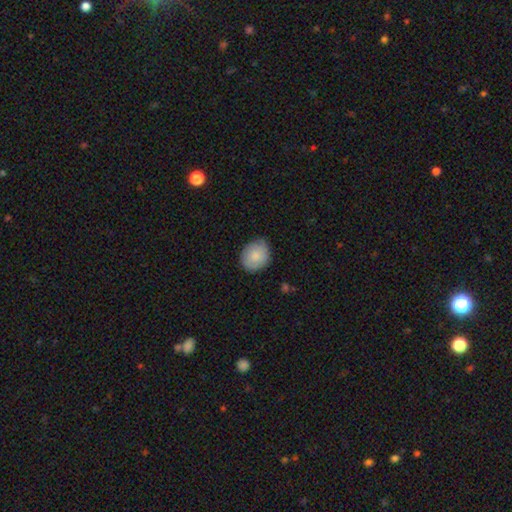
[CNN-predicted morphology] This is clearly a smooth galaxy (83%). How rounded: possibly round (57%). Merging: likely none (78%).